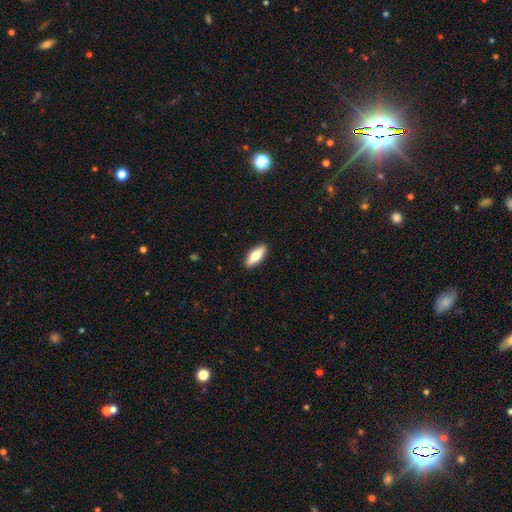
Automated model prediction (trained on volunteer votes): This appears to be a smooth galaxy with no disk features (61%) that is in between round and cigar-shaped (62%). Merging: none (90%).